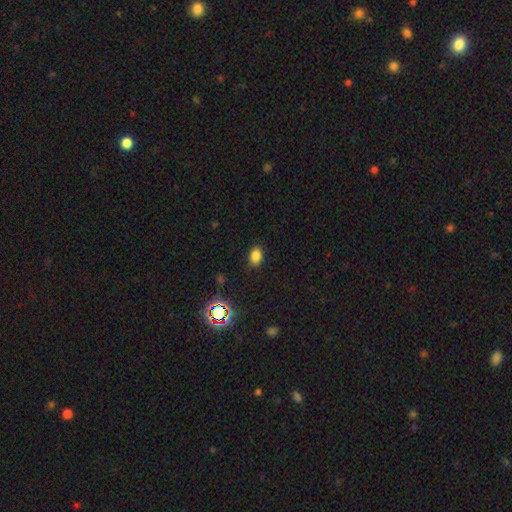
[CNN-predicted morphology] Smooth or featured? smooth (80%)
How rounded? in between (79%)
Merging? none (85%)